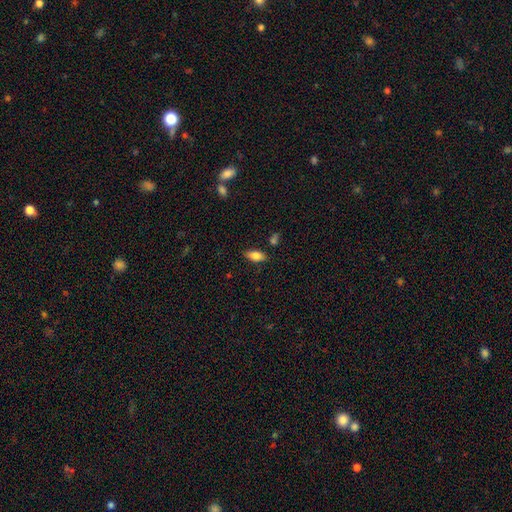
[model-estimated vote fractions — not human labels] Q: Smooth or featured?
A: smooth (82%); runner-up: featured or disk (10%)
Q: How rounded?
A: in between (89%); runner-up: cigar-shaped (8%)
Q: Merging?
A: none (83%); runner-up: minor disturbance (11%)